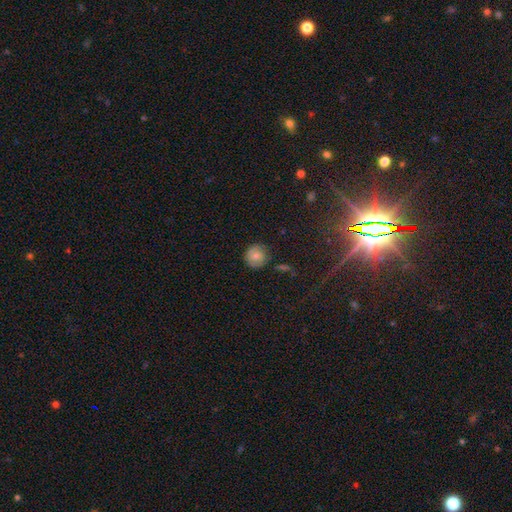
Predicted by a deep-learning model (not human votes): Overall: smooth (66%). How rounded: round (89%). Merging: none (77%).